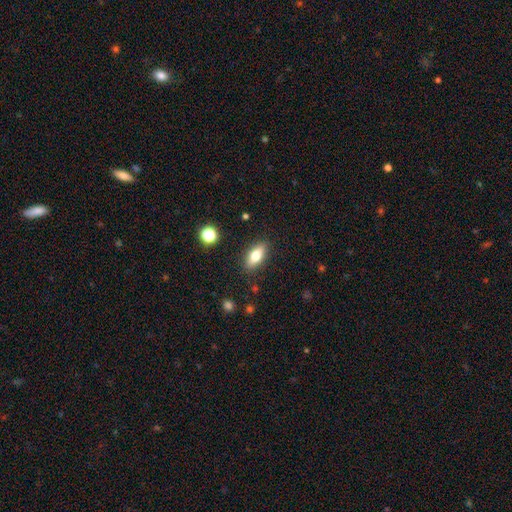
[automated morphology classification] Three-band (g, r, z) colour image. It shows a smooth galaxy with no disk features (72%) that is in between round and cigar-shaped (78%). Merging: none (87%).